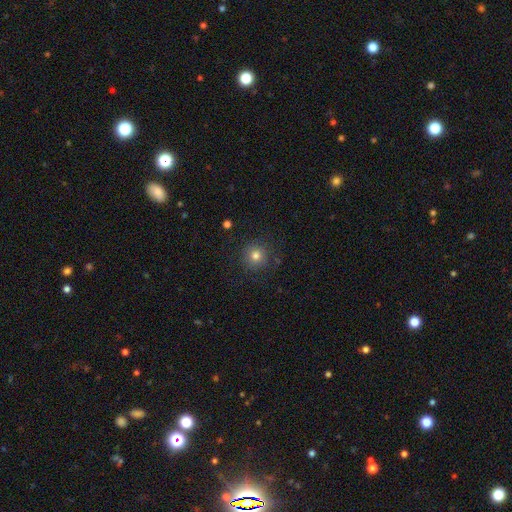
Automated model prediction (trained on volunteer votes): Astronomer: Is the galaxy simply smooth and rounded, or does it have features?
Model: smooth — 78%.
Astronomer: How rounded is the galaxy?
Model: round — 94%.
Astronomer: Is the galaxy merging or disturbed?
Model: none — 86%.